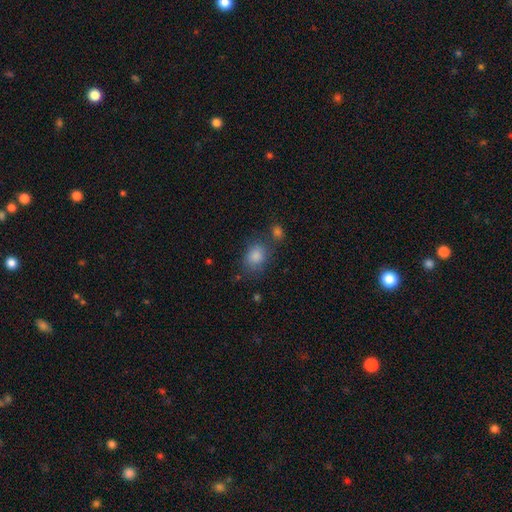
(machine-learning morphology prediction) Smooth or featured: smooth — 82% (star or artifact — 11%)
How rounded: in between — 58% (round — 40%)
Merging: none — 66% (minor disturbance — 16%)